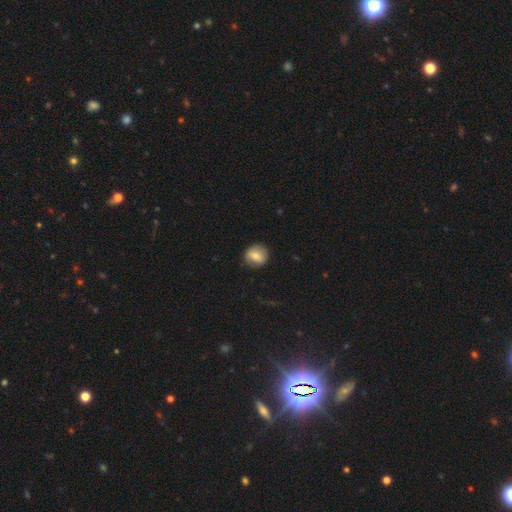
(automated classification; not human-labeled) This appears to be a smooth galaxy with no disk features (74%) that is round (85%). Merging: none (85%).